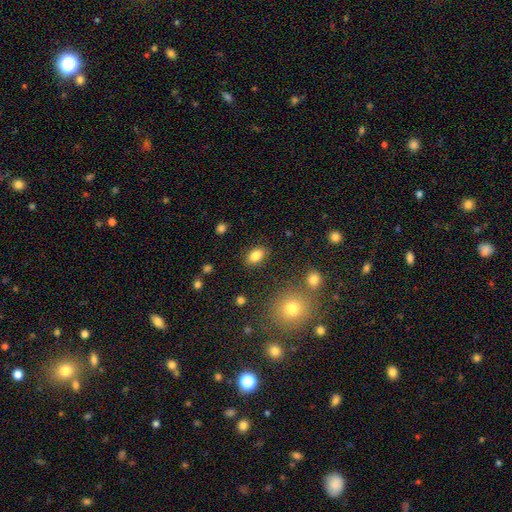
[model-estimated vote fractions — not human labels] Smooth or featured? Predicted: smooth (p=0.85). How rounded? Predicted: in between (p=0.87). Merging? Predicted: none (p=0.86).